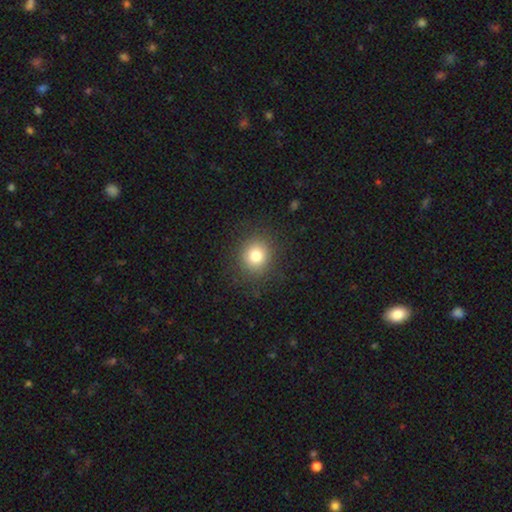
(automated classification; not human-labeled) smooth-or-featured: smooth: 80% | star or artifact: 12% | featured or disk: 8%
  how-rounded: round: 85% | in between: 14% | cigar-shaped: 1%
  merging: none: 88% | minor disturbance: 8% | major disturbance: 3% | merger: 1%